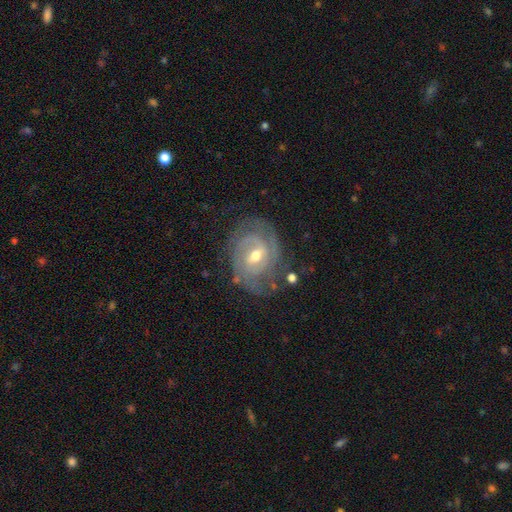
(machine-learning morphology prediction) Overall: featured or disk (86%). Edge-on disk: no (97%). Bar: weak (57%; no 23%). Spiral arms: yes (93%). Spiral arm count: 2 (48%; can't tell 25%). Spiral winding: tight (65%; medium 29%). Bulge size: moderate (68%). Merging: none (69%).